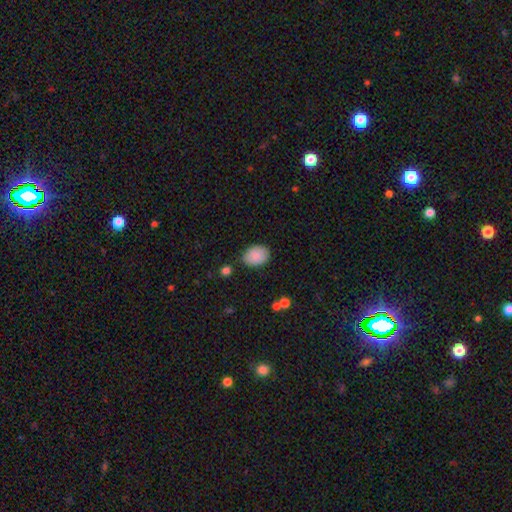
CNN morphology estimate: The model was most divided on "how rounded": in between: 78%, round: 21%, cigar-shaped: 1%. More confident: smooth or featured — smooth (87%); merging — none (78%).